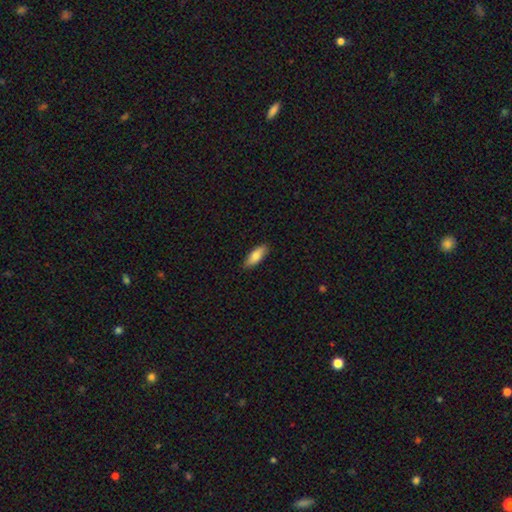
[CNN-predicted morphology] smooth-or-featured: smooth: 82% | featured or disk: 12% | star or artifact: 6%
  how-rounded: in between: 74% | cigar-shaped: 24% | round: 2%
  merging: none: 87% | minor disturbance: 10% | major disturbance: 2% | merger: 1%